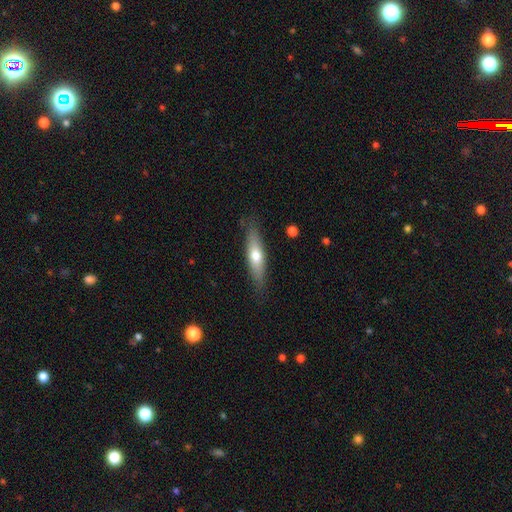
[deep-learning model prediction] The model was most divided on "smooth or featured": smooth: 58%, featured or disk: 36%, star or artifact: 6%. More confident: merging — none (82%); how rounded — cigar-shaped (63%).